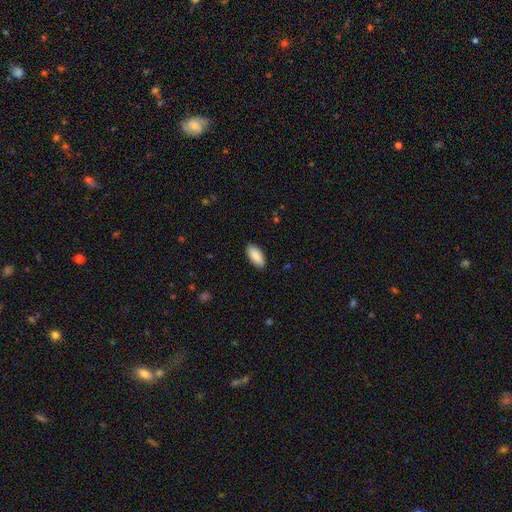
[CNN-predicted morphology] Smooth or featured? smooth (89%)
How rounded? in between (91%)
Merging? none (88%)